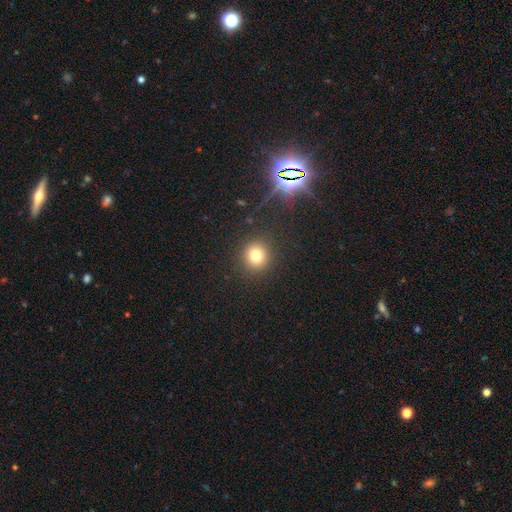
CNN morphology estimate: This is likely a smooth galaxy (76%). How rounded: clearly round (90%). Merging: clearly none (89%).